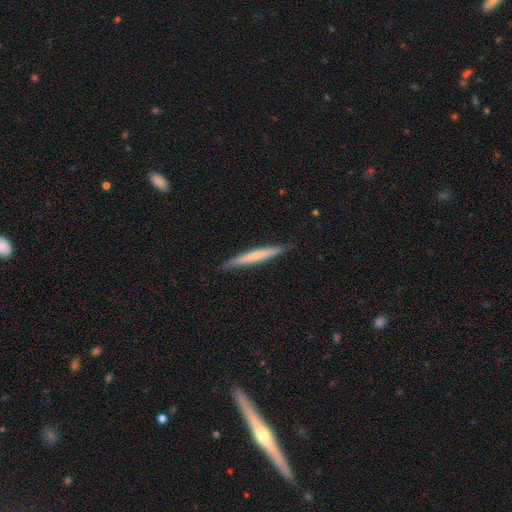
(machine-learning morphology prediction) type=smooth (60%); roundness=cigar-shaped (96%); merging=none (89%).